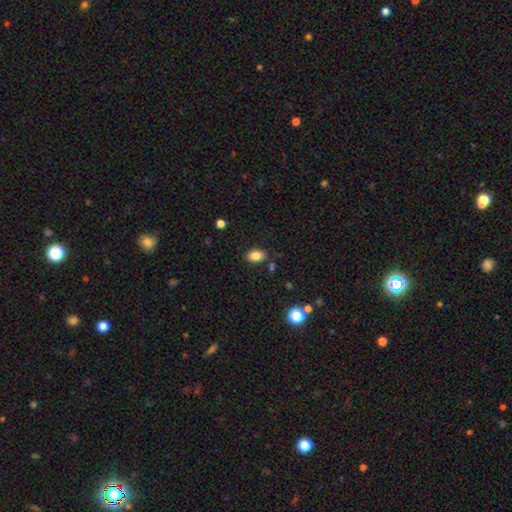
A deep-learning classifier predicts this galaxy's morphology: smooth_or_featured: smooth (p=0.83) [alt: star or artifact p=0.10]
how_rounded: in between (p=0.86) [alt: round p=0.12]
merging: none (p=0.83) [alt: minor disturbance p=0.11]